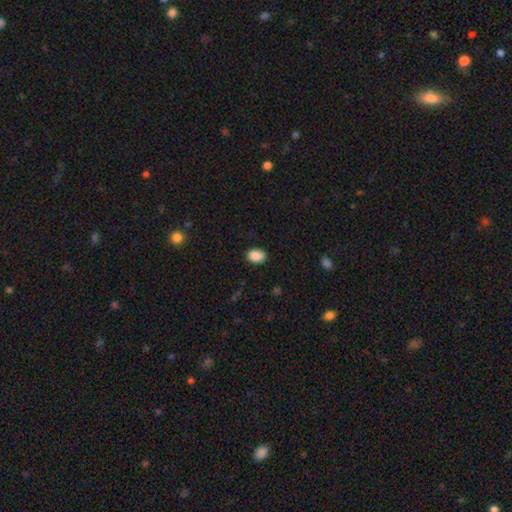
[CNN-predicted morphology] A smooth galaxy with no disk features (89%) that is in between round and cigar-shaped (84%).

Vote fractions:
- Smooth or featured? smooth: 89% / star or artifact: 8% / featured or disk: 3%
- How rounded? in between: 84% / round: 15% / cigar-shaped: 1%
- Merging? none: 86% / minor disturbance: 11% / major disturbance: 2% / merger: 1%